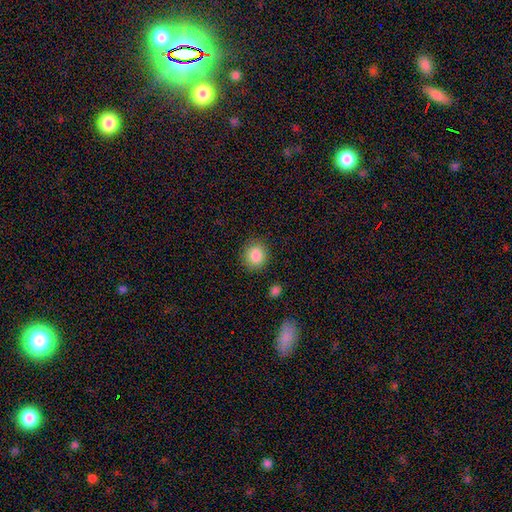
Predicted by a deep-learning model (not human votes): Q: Smooth or featured?
A: smooth (87%); runner-up: star or artifact (9%)
Q: How rounded?
A: round (76%); runner-up: in between (23%)
Q: Merging?
A: none (87%); runner-up: minor disturbance (8%)